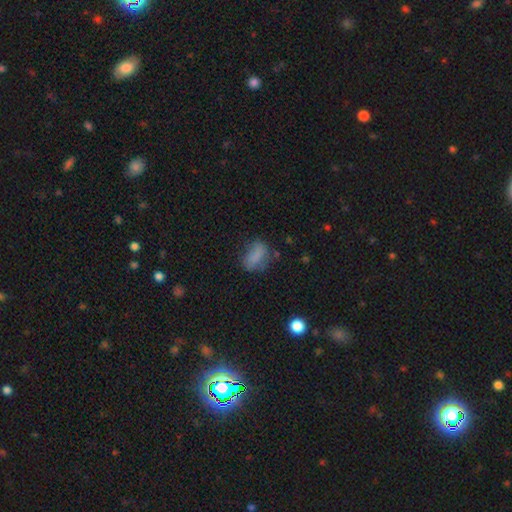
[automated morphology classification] smooth_or_featured: smooth (p=0.75) [alt: featured or disk p=0.13]
how_rounded: in between (p=0.83) [alt: round p=0.11]
merging: none (p=0.53) [alt: minor disturbance p=0.28]